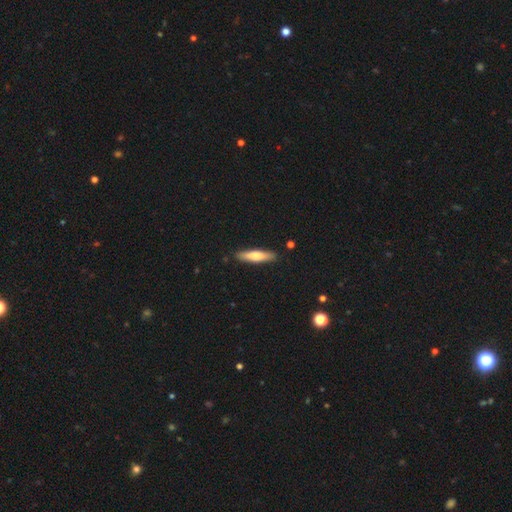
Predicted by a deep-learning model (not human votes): smooth-or-featured: smooth: 66% | featured or disk: 29% | star or artifact: 5%
  how-rounded: cigar-shaped: 80% | in between: 18% | round: 1%
  merging: none: 88% | minor disturbance: 8% | merger: 2% | major disturbance: 2%